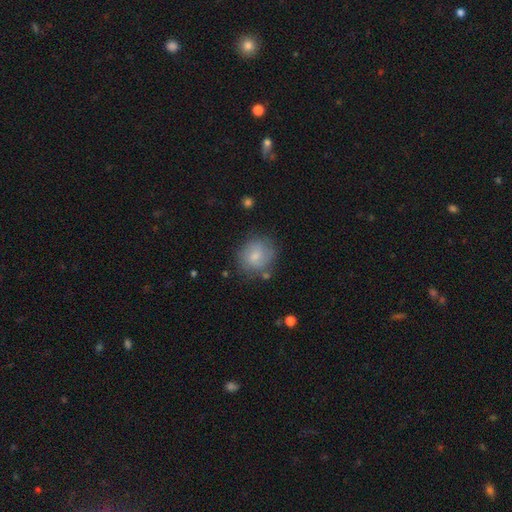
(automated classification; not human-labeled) smooth_or_featured: smooth (p=0.67) [alt: featured or disk p=0.25]
how_rounded: round (p=0.77) [alt: in between p=0.22]
merging: none (p=0.70) [alt: minor disturbance p=0.19]